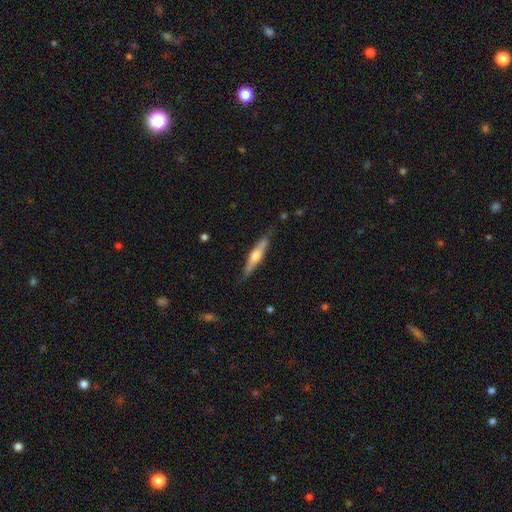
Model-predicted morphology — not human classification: A featured or disk galaxy (57%) viewed edge-on (93%) with a rounded central bulge (88%). Merging: none (82%).